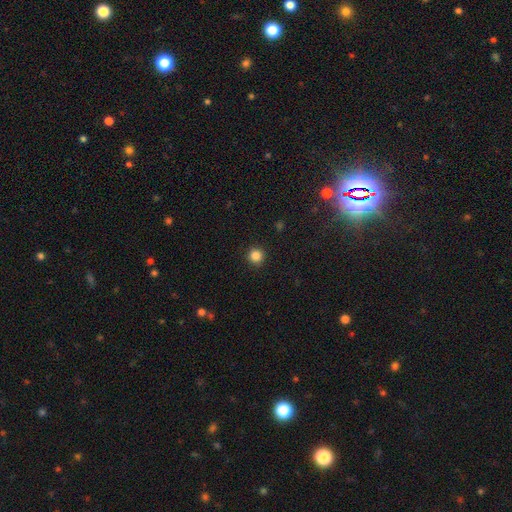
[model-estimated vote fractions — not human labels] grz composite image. It shows a smooth galaxy with no disk features (85%) that is round (95%). Merging: none (92%).